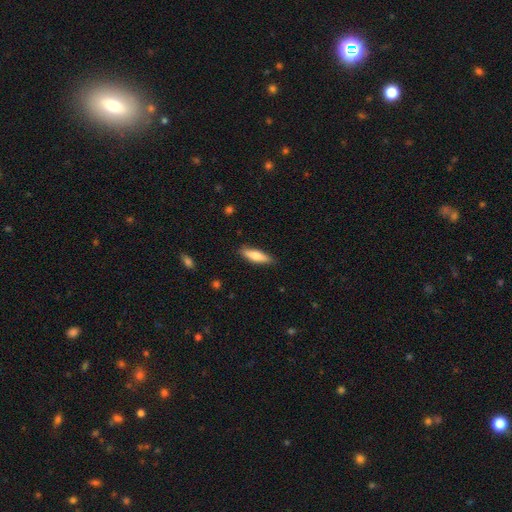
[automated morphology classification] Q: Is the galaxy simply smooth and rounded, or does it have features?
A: smooth — 73%.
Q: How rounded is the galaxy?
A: cigar-shaped — 63%.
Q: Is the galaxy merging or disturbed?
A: none — 86%.